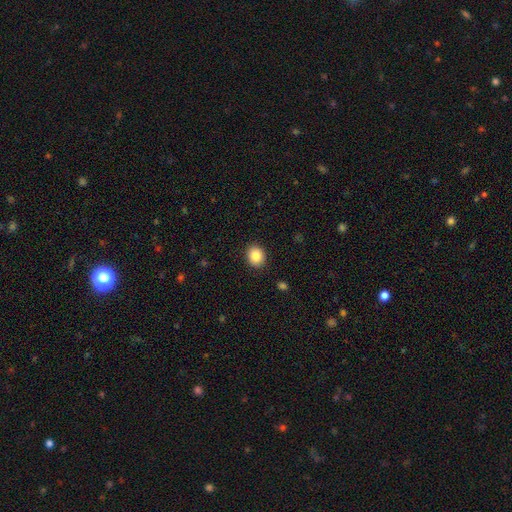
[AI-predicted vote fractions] This appears to be a smooth galaxy with no disk features (85%) that is round (60%). Merging: none (90%).